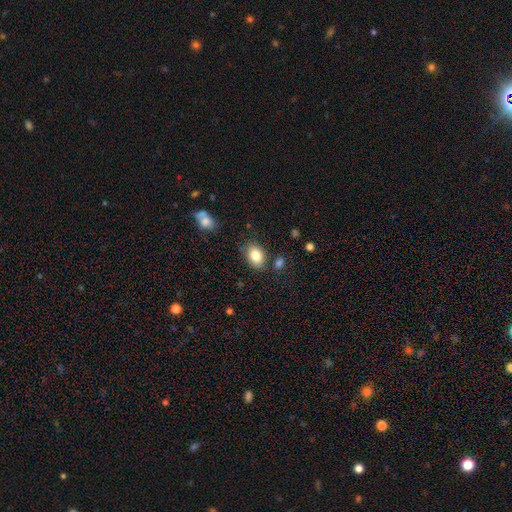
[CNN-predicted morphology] smooth 83%, featured or disk 8%, star or artifact 8%. Down the decision tree: how rounded — in between (80%); merging — none (79%).